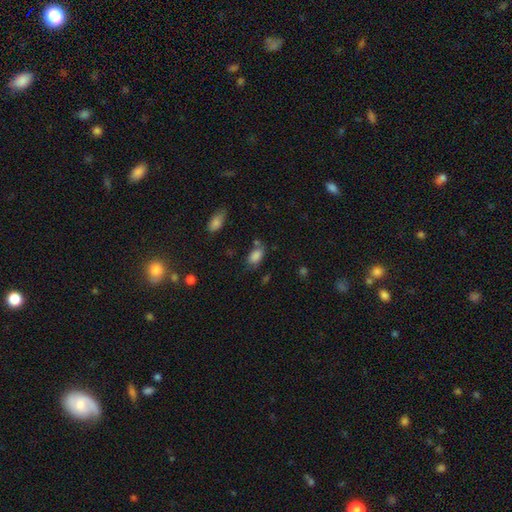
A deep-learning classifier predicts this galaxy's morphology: type=smooth (82%); roundness=in between (91%); merging=none (54%).